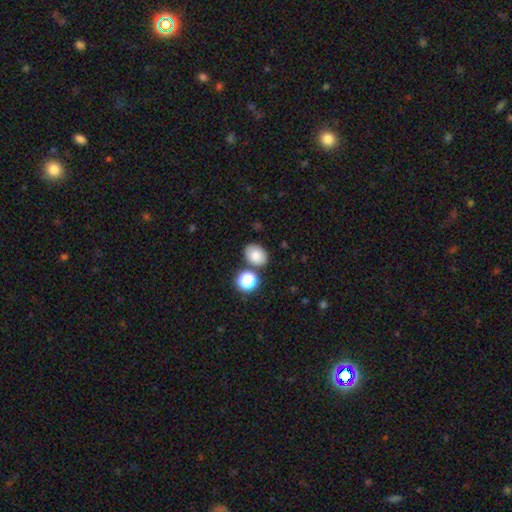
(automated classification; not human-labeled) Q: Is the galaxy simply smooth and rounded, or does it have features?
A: smooth — 80%.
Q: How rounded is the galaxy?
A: in between — 66%.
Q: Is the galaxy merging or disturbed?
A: none — 76%.